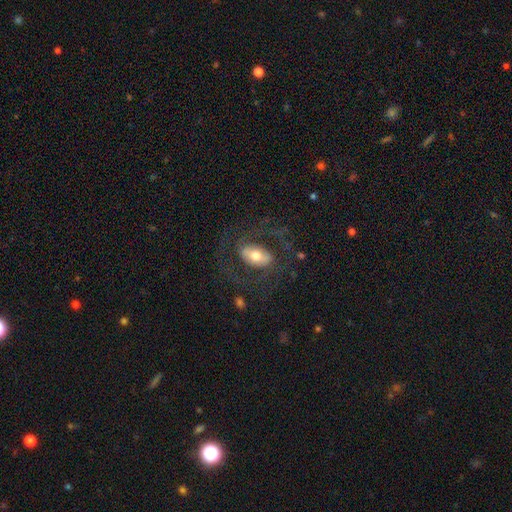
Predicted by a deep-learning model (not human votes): Smooth or featured? Predicted: featured or disk (p=0.58). Edge-on disk? Predicted: no (p=0.93). Bar? Predicted: no (p=0.37). Spiral arms? Predicted: yes (p=0.65). Bulge size? Predicted: moderate (p=0.65). Merging? Predicted: none (p=0.66).